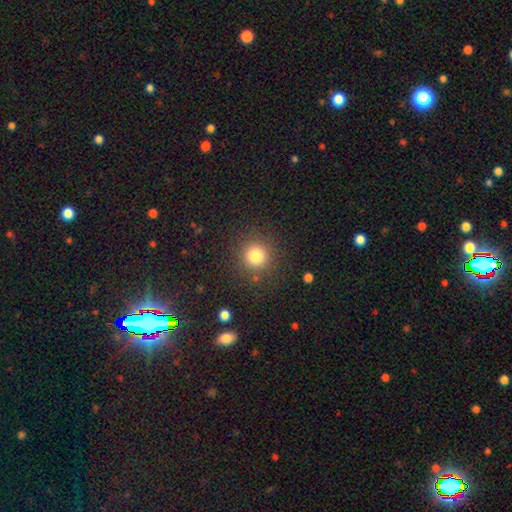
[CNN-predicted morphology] Smooth or featured? smooth (80%)
How rounded? round (94%)
Merging? none (88%)